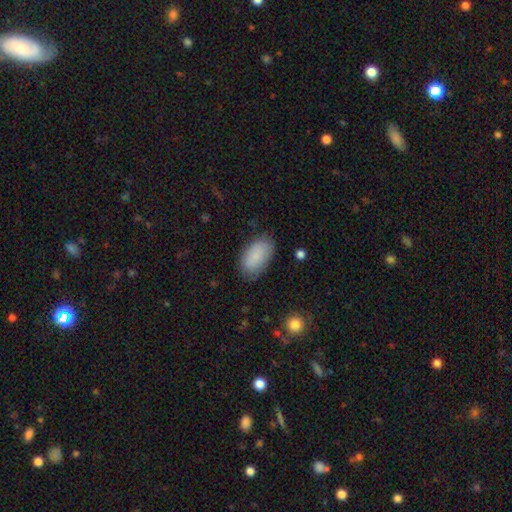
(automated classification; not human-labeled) A smooth galaxy with no disk features (84%) that is in between round and cigar-shaped (94%).

Vote fractions:
- Smooth or featured? smooth: 84% / featured or disk: 9% / star or artifact: 7%
- How rounded? in between: 94% / round: 5% / cigar-shaped: 2%
- Merging? none: 79% / minor disturbance: 16% / major disturbance: 4% / merger: 1%